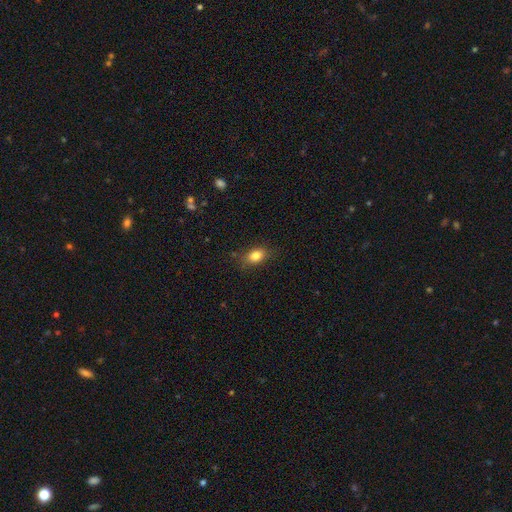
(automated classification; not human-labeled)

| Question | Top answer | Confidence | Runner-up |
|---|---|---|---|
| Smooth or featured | smooth | 82% | star or artifact (10%) |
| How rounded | in between | 77% | round (20%) |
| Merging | none | 81% | minor disturbance (14%) |